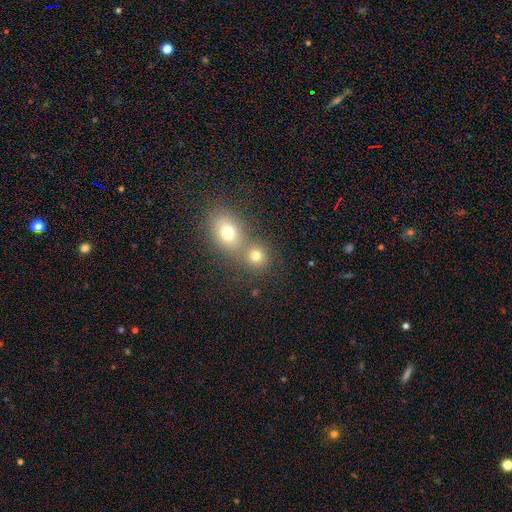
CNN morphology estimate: A smooth galaxy with no disk features (75%) that is round (80%).

Vote fractions:
- Smooth or featured? smooth: 75% / star or artifact: 15% / featured or disk: 10%
- How rounded? round: 80% / in between: 19% / cigar-shaped: 1%
- Merging? none: 52% / merger: 39% / minor disturbance: 6% / major disturbance: 3%